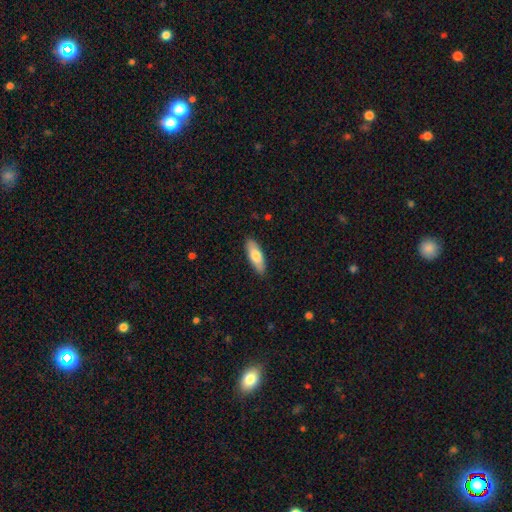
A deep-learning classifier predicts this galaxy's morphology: A smooth galaxy with no disk features (74%) that is in between round and cigar-shaped (63%). Merging: none (88%).